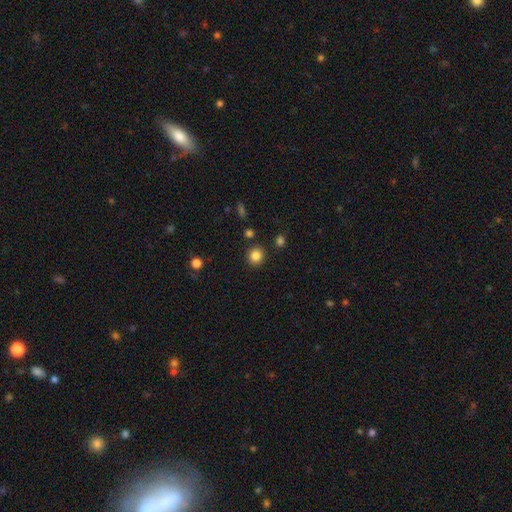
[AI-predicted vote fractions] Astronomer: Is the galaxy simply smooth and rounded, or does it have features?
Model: smooth — 85%.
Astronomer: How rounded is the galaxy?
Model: round — 87%.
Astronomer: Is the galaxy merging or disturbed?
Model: none — 88%.